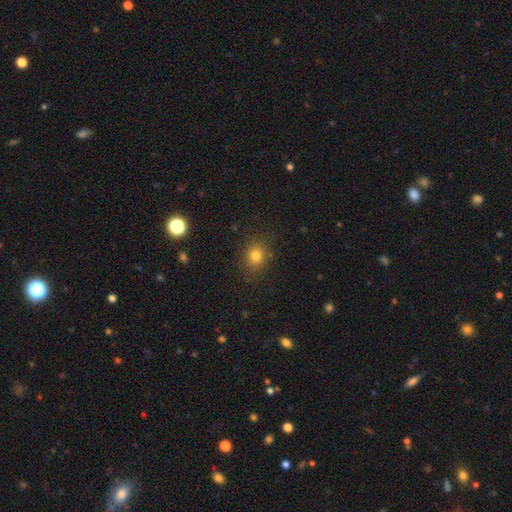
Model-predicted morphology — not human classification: Smooth or featured: smooth — 79% (star or artifact — 14%)
How rounded: round — 65% (in between — 34%)
Merging: none — 84% (minor disturbance — 10%)